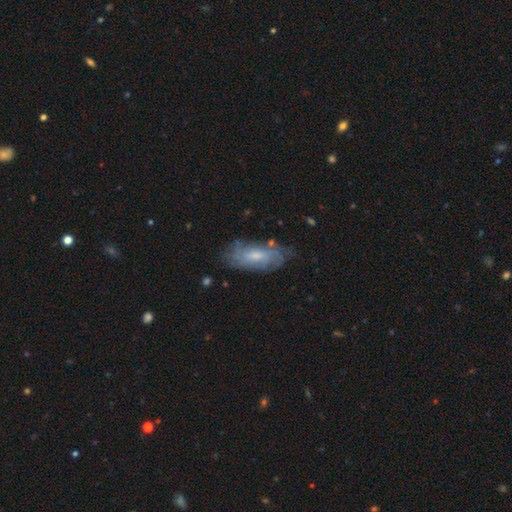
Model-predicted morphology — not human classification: smooth-or-featured: featured or disk: 55% | smooth: 37% | star or artifact: 7%
  disk-edge-on: no: 88% | yes: 12%
  merging: none: 69% | minor disturbance: 21% | major disturbance: 8% | merger: 2%